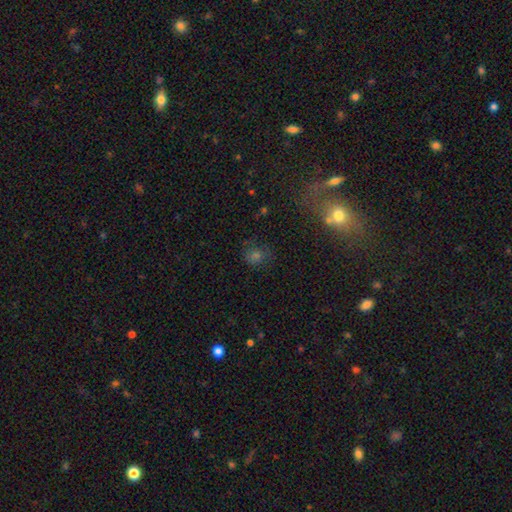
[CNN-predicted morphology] smooth_or_featured: smooth (p=0.53) [alt: star or artifact p=0.33]
how_rounded: round (p=0.75) [alt: in between p=0.23]
merging: none (p=0.74) [alt: minor disturbance p=0.14]